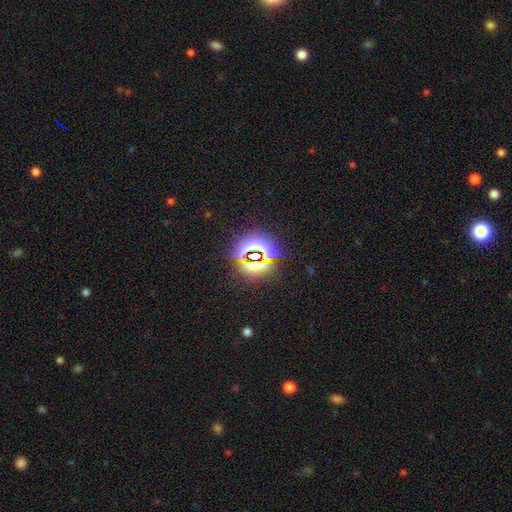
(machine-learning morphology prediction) Smooth or featured? Predicted: star or artifact (p=0.75).